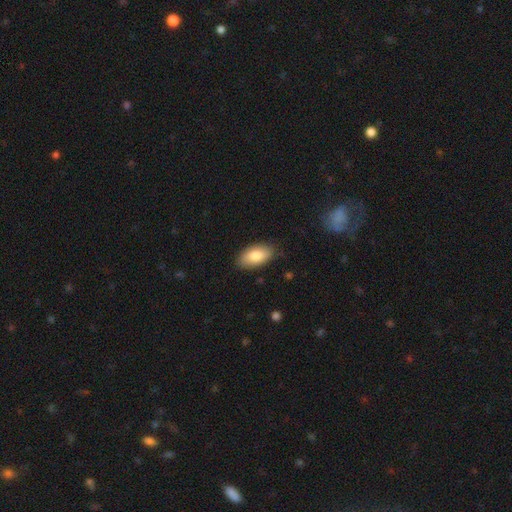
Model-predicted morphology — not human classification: Smooth or featured: smooth — 82% (featured or disk — 11%)
How rounded: in between — 93% (cigar-shaped — 4%)
Merging: none — 84% (minor disturbance — 12%)